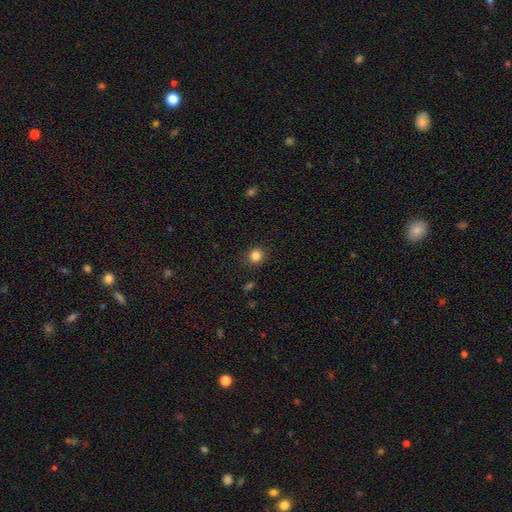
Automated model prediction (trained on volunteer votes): smooth-or-featured: smooth: 84% | star or artifact: 12% | featured or disk: 4%
  how-rounded: round: 88% | in between: 11% | cigar-shaped: 1%
  merging: none: 90% | minor disturbance: 7% | major disturbance: 2% | merger: 1%